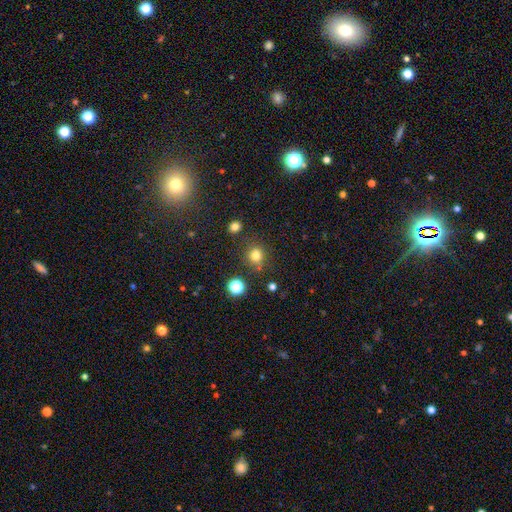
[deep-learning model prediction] The model was most divided on "smooth or featured": smooth: 78%, star or artifact: 17%, featured or disk: 6%. More confident: how rounded — round (84%); merging — none (79%).